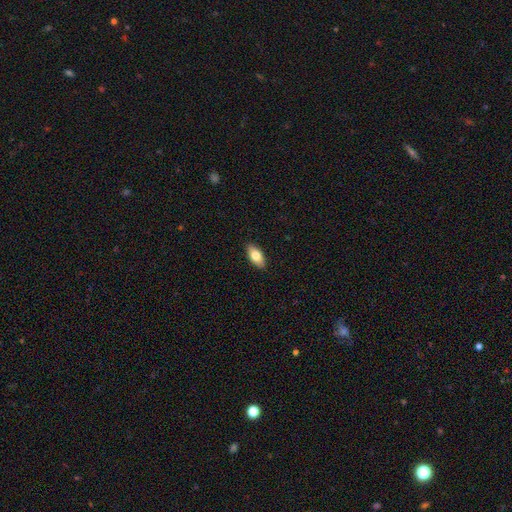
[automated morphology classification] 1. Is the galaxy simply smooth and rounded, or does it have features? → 78% smooth, 16% featured or disk, 6% star or artifact.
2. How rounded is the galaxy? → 89% in between, 9% cigar-shaped, 3% round.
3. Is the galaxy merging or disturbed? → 89% none, 8% minor disturbance, 2% major disturbance, 1% merger.